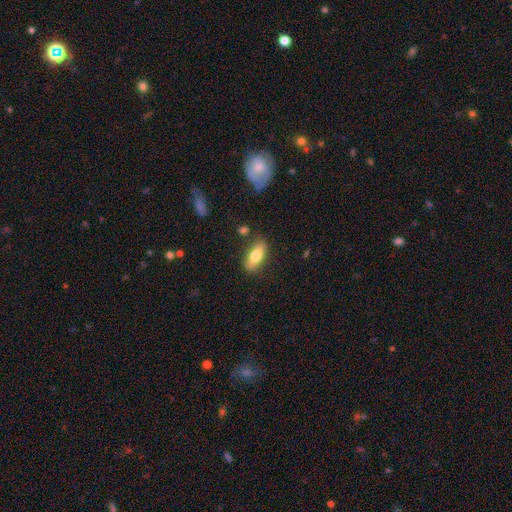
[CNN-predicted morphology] smooth-or-featured: smooth: 72% | featured or disk: 21% | star or artifact: 7%
  how-rounded: in between: 70% | cigar-shaped: 27% | round: 3%
  merging: none: 81% | minor disturbance: 13% | merger: 3% | major disturbance: 3%